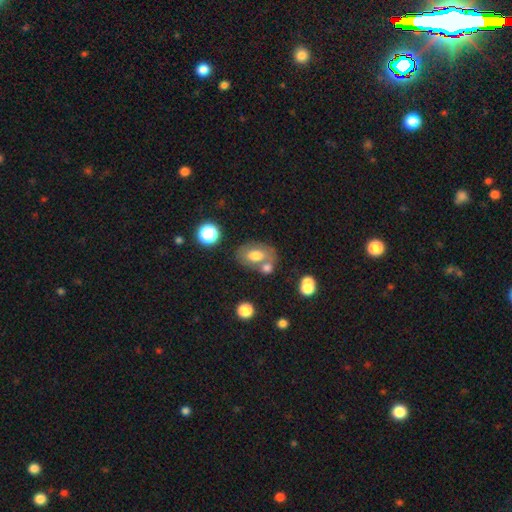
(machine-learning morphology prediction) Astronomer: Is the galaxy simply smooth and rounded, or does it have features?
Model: smooth — 66%.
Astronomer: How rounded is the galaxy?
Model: in between — 81%.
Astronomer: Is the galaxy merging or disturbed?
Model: none — 54%.